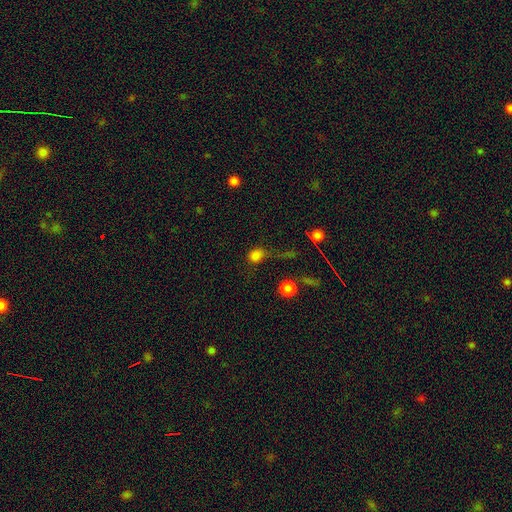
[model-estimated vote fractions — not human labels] Q: Smooth or featured?
A: smooth (72%); runner-up: star or artifact (21%)
Q: How rounded?
A: round (63%); runner-up: in between (35%)
Q: Merging?
A: none (49%); runner-up: minor disturbance (21%)